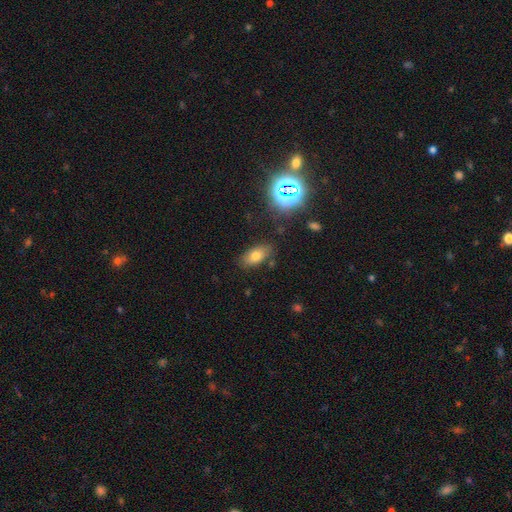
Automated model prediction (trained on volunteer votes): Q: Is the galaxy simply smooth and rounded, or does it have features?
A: smooth — 72%.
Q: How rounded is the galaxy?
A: in between — 88%.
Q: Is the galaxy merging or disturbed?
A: none — 80%.